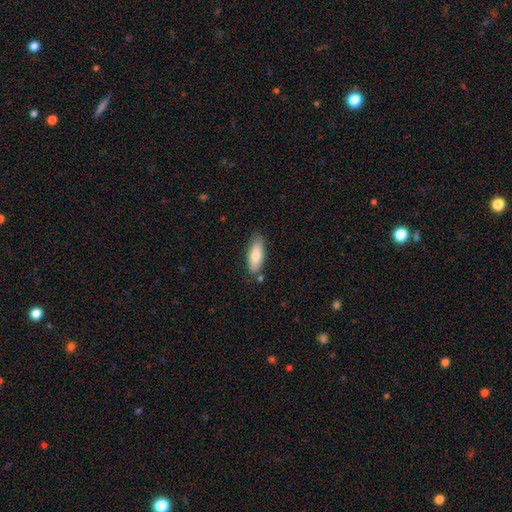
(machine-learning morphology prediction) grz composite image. It shows a smooth galaxy with no disk features (81%) that is in between round and cigar-shaped (70%). Merging: none (77%).